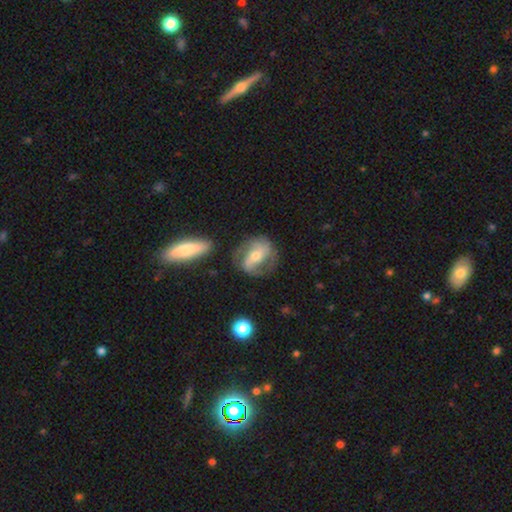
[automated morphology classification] Overall: featured or disk (71%). Edge-on disk: no (94%). Bar: strong (40%; weak 33%). Spiral arms: yes (86%). Spiral arm count: 2 (83%). Spiral winding: medium (44%; loose 29%). Bulge size: moderate (52%; small 42%). Merging: none (67%).